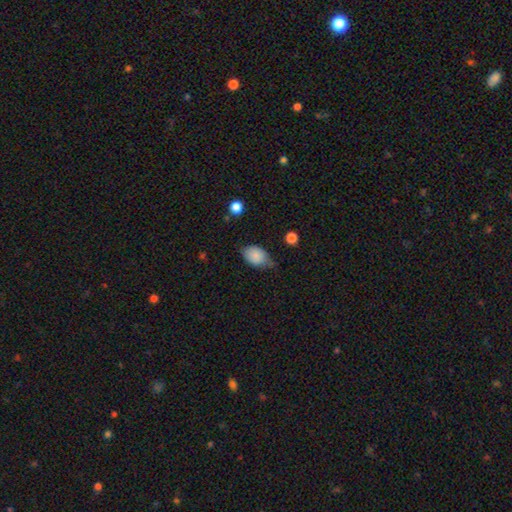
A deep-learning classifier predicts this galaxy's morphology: The model was most divided on "merging": none: 54%, minor disturbance: 36%, major disturbance: 8%, merger: 3%. More confident: smooth or featured — smooth (84%); how rounded — in between (82%).